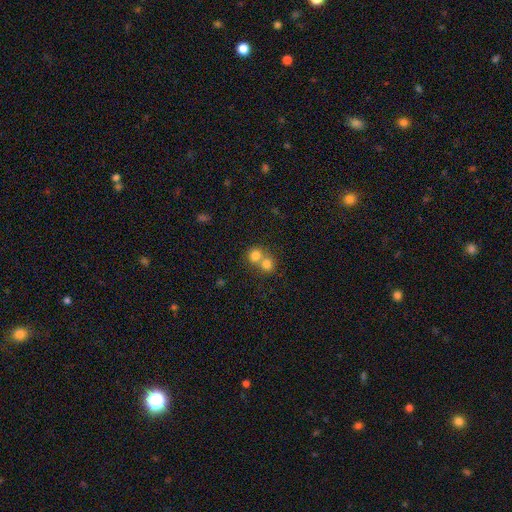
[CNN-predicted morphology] smooth_or_featured: smooth (p=0.77) [alt: star or artifact p=0.11]
how_rounded: round (p=0.81) [alt: in between p=0.18]
merging: merger (p=0.60) [alt: none p=0.33]